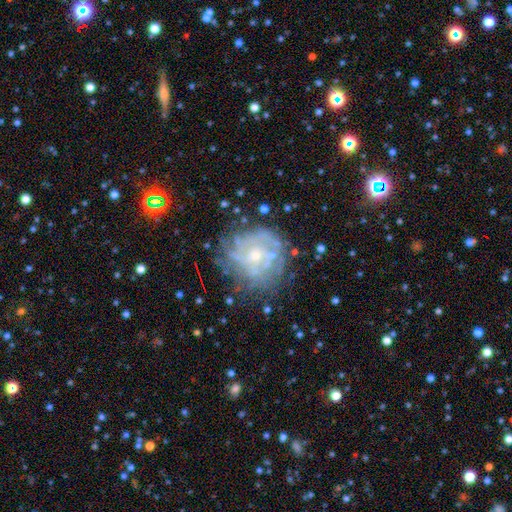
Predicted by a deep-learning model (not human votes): The model was most divided on "spiral winding": tight: 61%, medium: 27%, loose: 12%. More confident: edge-on disk — no (97%); bar — no (78%); smooth or featured — featured or disk (75%); spiral arms — yes (74%); bulge size — small (68%); merging — none (64%); spiral arm count — can't tell (54%).